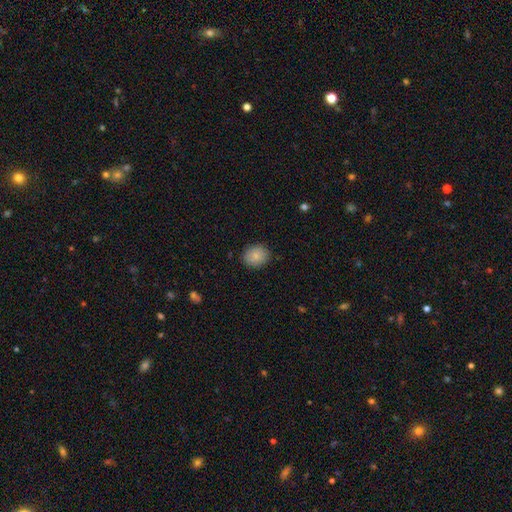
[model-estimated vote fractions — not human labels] This appears to be a smooth galaxy with no disk features (86%) that is round (63%). Merging: none (87%).